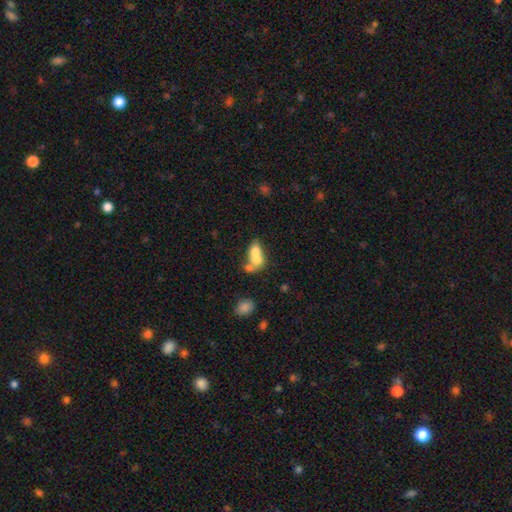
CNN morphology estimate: Smooth or featured?
  - smooth: 66% *
  - featured or disk: 24%
  - star or artifact: 10%
How rounded?
  - in between: 68% *
  - round: 29%
  - cigar-shaped: 3%
Merging?
  - merger: 68% *
  - none: 19%
  - minor disturbance: 7%
  - major disturbance: 6%